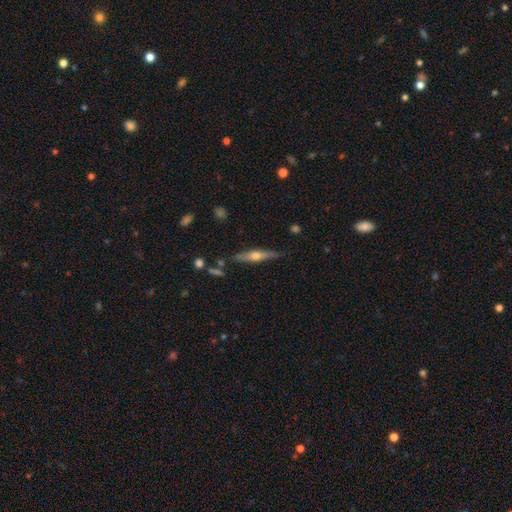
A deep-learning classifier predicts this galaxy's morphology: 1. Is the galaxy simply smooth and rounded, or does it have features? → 56% featured or disk, 37% smooth, 7% star or artifact.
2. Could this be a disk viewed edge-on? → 94% yes, 6% no.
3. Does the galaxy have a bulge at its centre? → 88% rounded, 7% none, 5% boxy.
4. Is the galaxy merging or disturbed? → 80% none, 14% minor disturbance, 3% merger, 3% major disturbance.